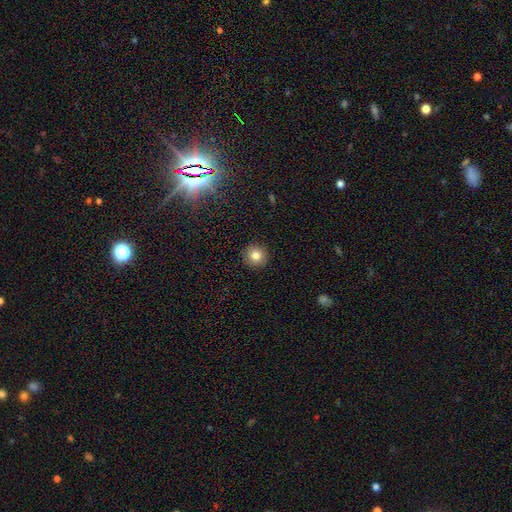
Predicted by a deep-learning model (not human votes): A smooth galaxy with no disk features (82%) that is round (95%).

Vote fractions:
- Smooth or featured? smooth: 82% / star or artifact: 11% / featured or disk: 7%
- How rounded? round: 95% / in between: 4% / cigar-shaped: 1%
- Merging? none: 93% / minor disturbance: 5% / major disturbance: 2% / merger: 1%